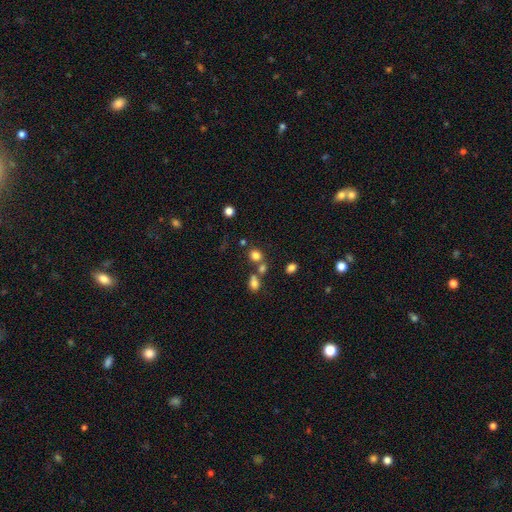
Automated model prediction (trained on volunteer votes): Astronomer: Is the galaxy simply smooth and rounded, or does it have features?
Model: smooth — 77%.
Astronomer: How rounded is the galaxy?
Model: round — 78%.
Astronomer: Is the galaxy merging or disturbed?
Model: none — 64%.